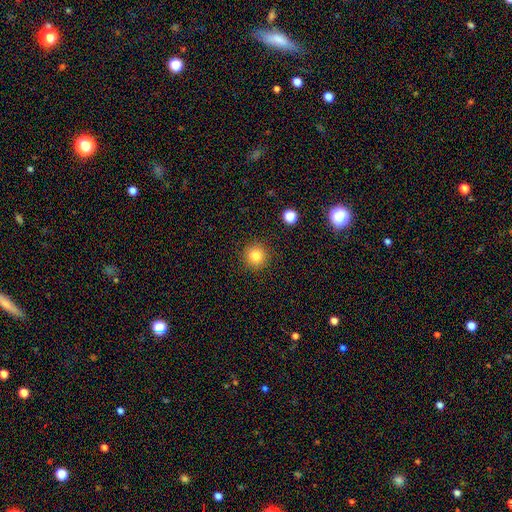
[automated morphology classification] smooth-or-featured: smooth: 82% | star or artifact: 12% | featured or disk: 6%
  how-rounded: round: 95% | in between: 4% | cigar-shaped: 1%
  merging: none: 91% | minor disturbance: 6% | major disturbance: 2% | merger: 1%